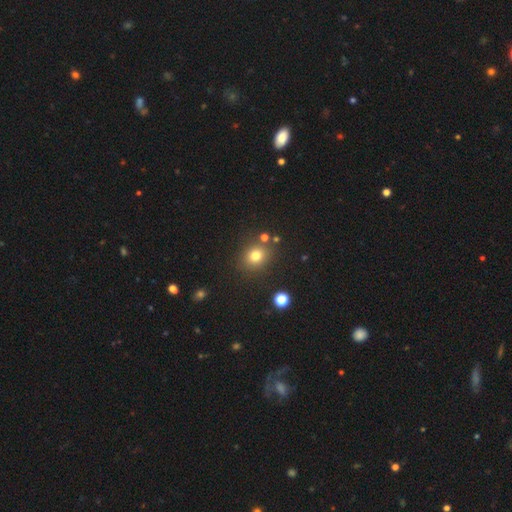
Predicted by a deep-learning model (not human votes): The model was most divided on "how rounded": round: 69%, in between: 30%, cigar-shaped: 1%. More confident: merging — none (80%); smooth or featured — smooth (76%).